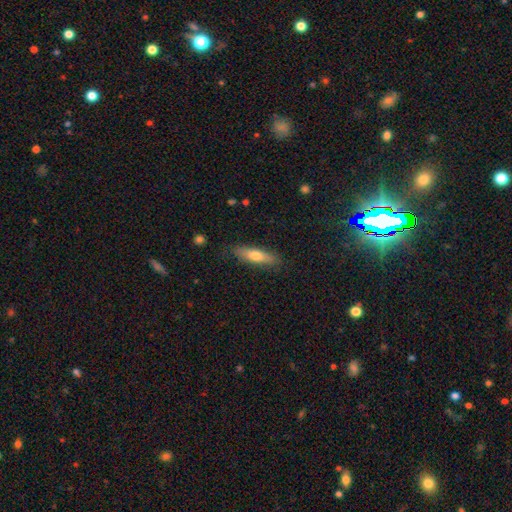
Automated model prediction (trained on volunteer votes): A smooth galaxy with no disk features (68%) that is cigar-shaped (63%).

Vote fractions:
- Smooth or featured? smooth: 68% / featured or disk: 26% / star or artifact: 6%
- How rounded? cigar-shaped: 63% / in between: 35% / round: 2%
- Merging? none: 84% / minor disturbance: 12% / major disturbance: 2% / merger: 1%